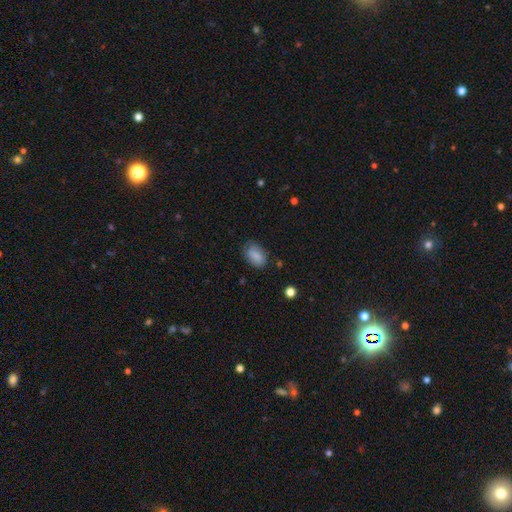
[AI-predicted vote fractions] Smooth or featured?
  - smooth: 84% *
  - featured or disk: 8%
  - star or artifact: 7%
How rounded?
  - in between: 89% *
  - round: 9%
  - cigar-shaped: 2%
Merging?
  - none: 74% *
  - minor disturbance: 20%
  - major disturbance: 5%
  - merger: 2%